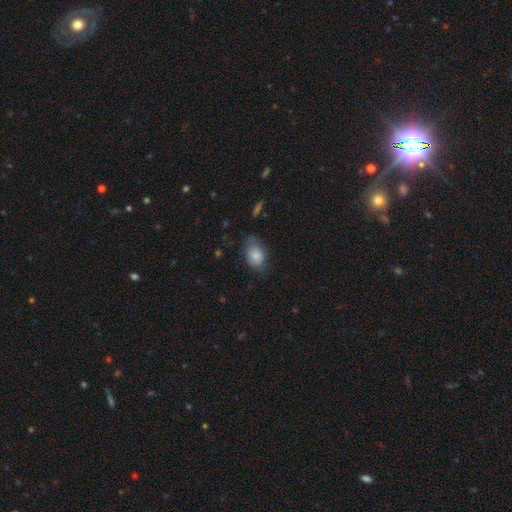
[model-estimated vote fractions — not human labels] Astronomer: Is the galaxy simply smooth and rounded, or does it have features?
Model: smooth — 81%.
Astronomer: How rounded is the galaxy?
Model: in between — 77%.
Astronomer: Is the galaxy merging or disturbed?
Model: none — 54% (runner-up: minor disturbance, 33%).